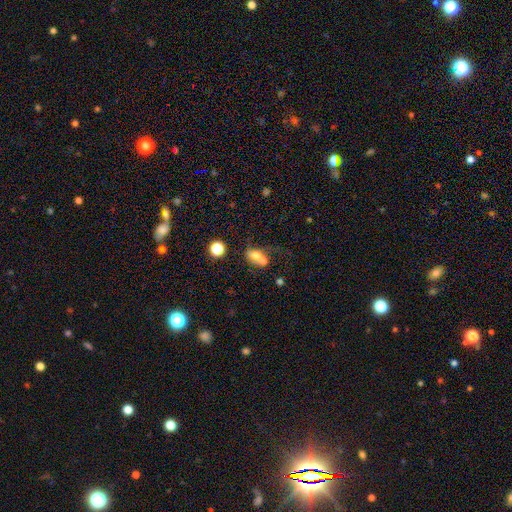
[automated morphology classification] Smooth or featured? smooth (63%)
How rounded? in between (61%)
Merging? merger (54%)